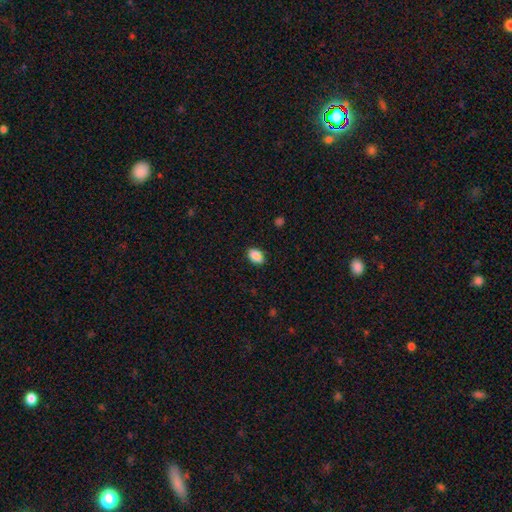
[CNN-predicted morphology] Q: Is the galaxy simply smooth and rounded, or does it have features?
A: smooth — 88%.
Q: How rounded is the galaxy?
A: in between — 83%.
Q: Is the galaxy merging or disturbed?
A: none — 79%.